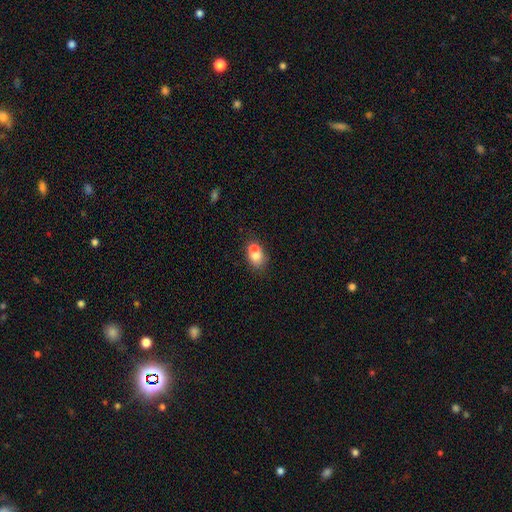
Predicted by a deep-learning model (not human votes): This appears to be a smooth galaxy with no disk features (71%) that is in between round and cigar-shaped (62%). Merging: merger (55%).